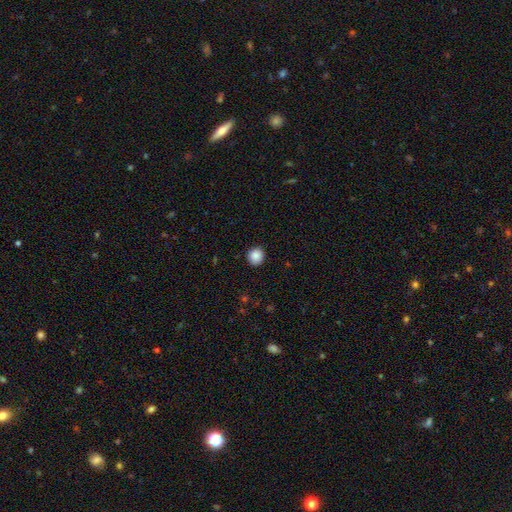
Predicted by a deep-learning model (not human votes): Smooth or featured? Predicted: smooth (p=0.88). How rounded? Predicted: round (p=0.91). Merging? Predicted: none (p=0.90).